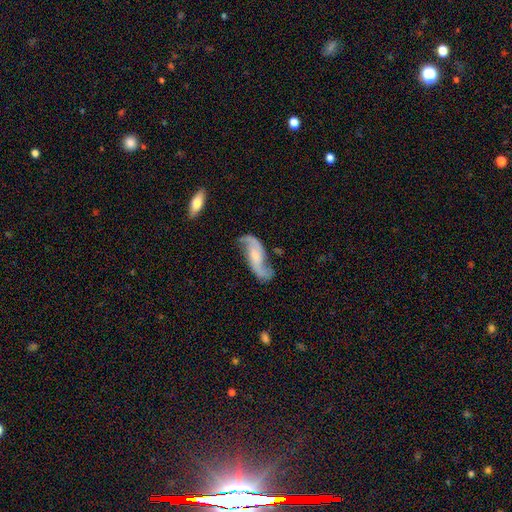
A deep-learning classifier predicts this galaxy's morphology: This is clearly a featured or disk galaxy (85%). It is clearly not viewed edge-on (93%). Bar: possibly no (47%). Spiral arm pattern: clearly yes (96%). Spiral arm count: clearly 2 (93%). Spiral winding: likely loose (70%). Central bulge: marginally small (37%). Merging: likely none (68%).